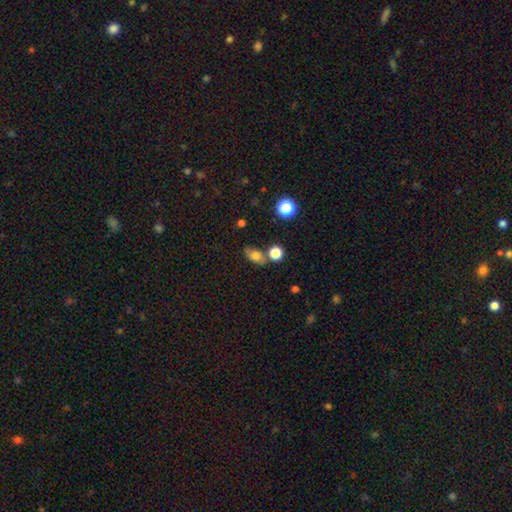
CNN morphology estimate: Smooth or featured?
  - smooth: 72% *
  - featured or disk: 16%
  - star or artifact: 13%
How rounded?
  - in between: 77% *
  - round: 19%
  - cigar-shaped: 4%
Merging?
  - none: 66% *
  - minor disturbance: 15%
  - merger: 14%
  - major disturbance: 4%